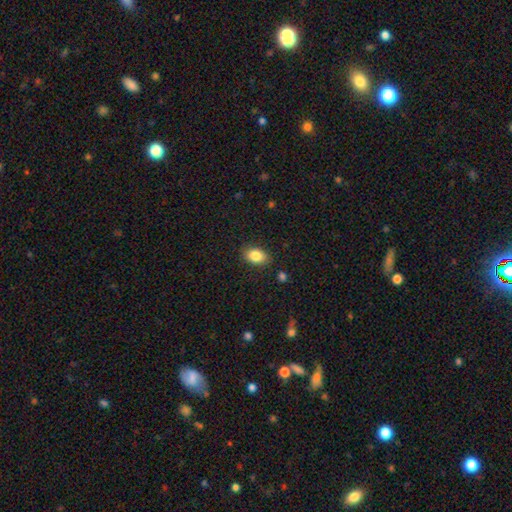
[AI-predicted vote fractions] The model was most divided on "how rounded": in between: 84%, round: 15%, cigar-shaped: 1%. More confident: merging — none (86%); smooth or featured — smooth (85%).